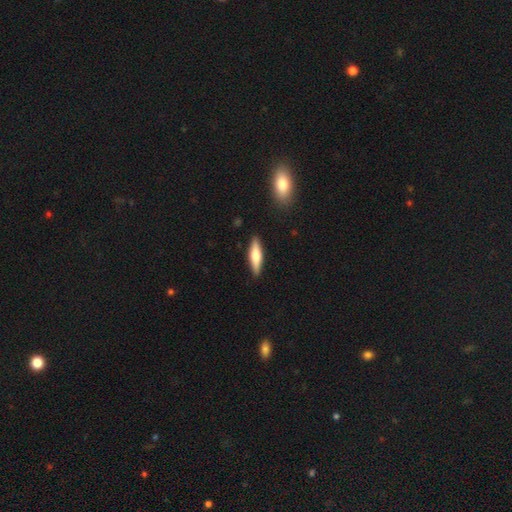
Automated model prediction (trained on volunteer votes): smooth_or_featured: smooth (p=0.61) [alt: featured or disk p=0.34]
how_rounded: cigar-shaped (p=0.71) [alt: in between p=0.28]
merging: none (p=0.88) [alt: minor disturbance p=0.09]